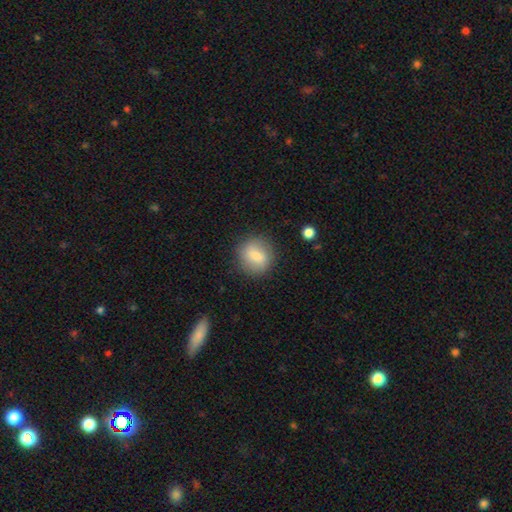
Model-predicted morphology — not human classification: This is likely a smooth galaxy (75%). How rounded: likely round (73%). Merging: clearly none (81%).